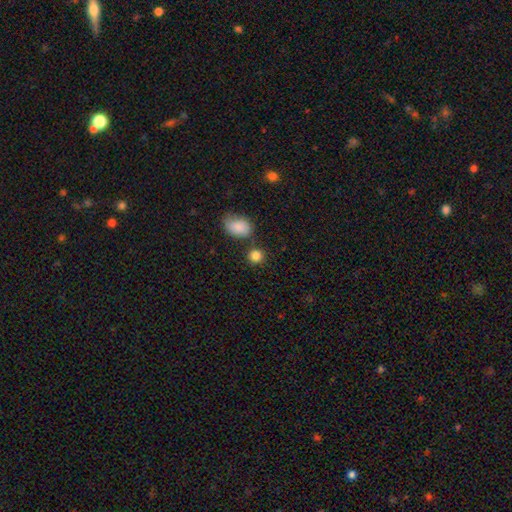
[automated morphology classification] type=smooth (86%); roundness=round (83%); merging=none (74%).